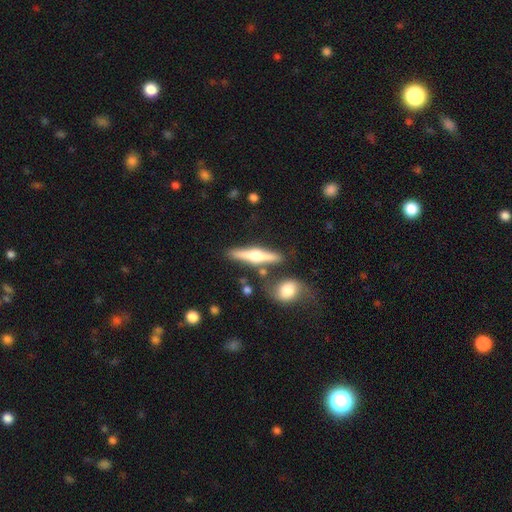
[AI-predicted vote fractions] The model was most divided on "smooth or featured": featured or disk: 67%, smooth: 28%, star or artifact: 6%. More confident: edge-on disk — yes (96%); edge-on bulge — rounded (94%); merging — none (78%).